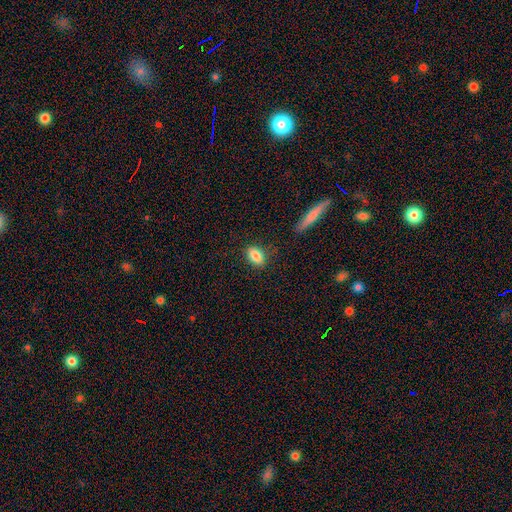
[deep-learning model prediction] smooth_or_featured: smooth (p=0.84) [alt: star or artifact p=0.08]
how_rounded: in between (p=0.85) [alt: round p=0.11]
merging: none (p=0.81) [alt: minor disturbance p=0.13]